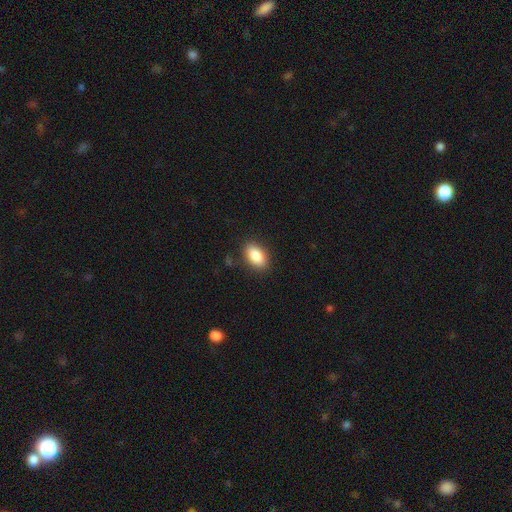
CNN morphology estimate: Smooth or featured?
  - smooth: 87% *
  - star or artifact: 7%
  - featured or disk: 6%
How rounded?
  - in between: 91% *
  - round: 7%
  - cigar-shaped: 2%
Merging?
  - none: 87% *
  - minor disturbance: 10%
  - major disturbance: 3%
  - merger: 1%